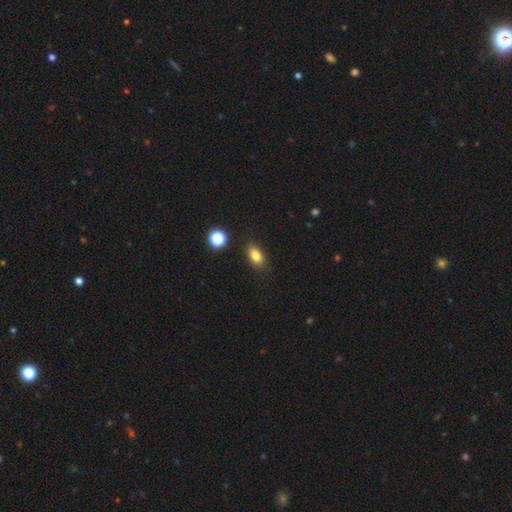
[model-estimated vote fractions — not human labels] Smooth or featured? Predicted: smooth (p=0.81). How rounded? Predicted: in between (p=0.85). Merging? Predicted: none (p=0.85).